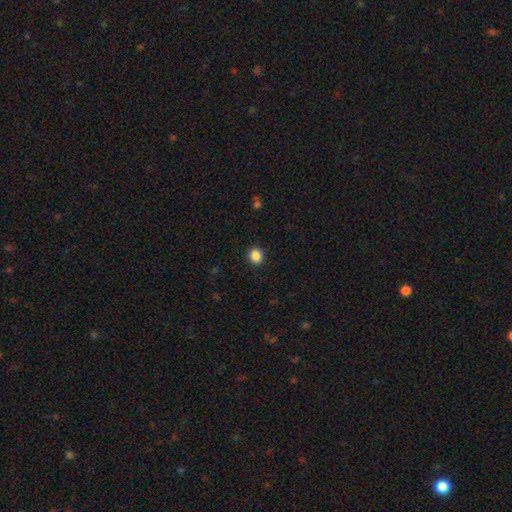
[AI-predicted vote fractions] Smooth or featured? Predicted: smooth (p=0.87). How rounded? Predicted: round (p=0.80). Merging? Predicted: none (p=0.91).